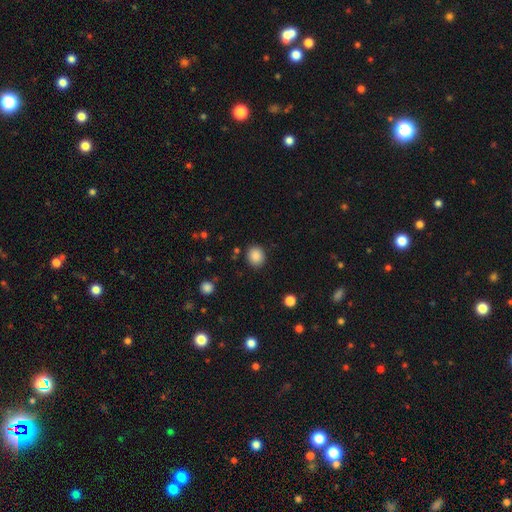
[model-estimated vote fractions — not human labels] This is clearly a smooth galaxy (87%). How rounded: likely round (75%). Merging: clearly none (87%).